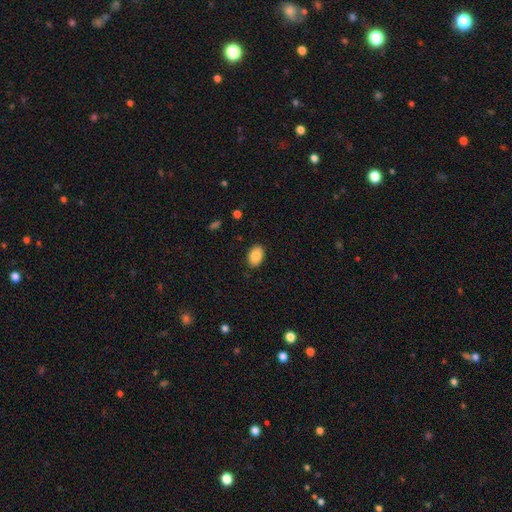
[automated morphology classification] Smooth or featured? smooth (88%)
How rounded? in between (88%)
Merging? none (88%)